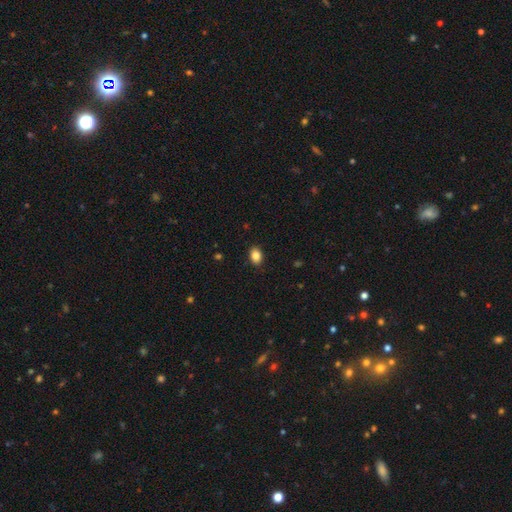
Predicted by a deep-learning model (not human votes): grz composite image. It shows a smooth galaxy with no disk features (86%) that is in between round and cigar-shaped (80%). Merging: none (89%).